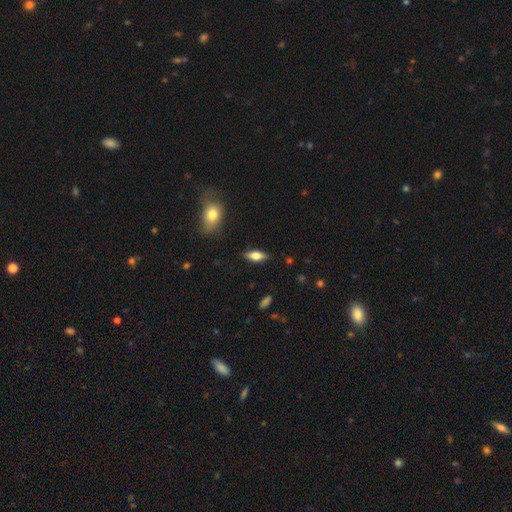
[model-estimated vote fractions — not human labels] This is possibly a smooth galaxy (60%). How rounded: likely in between (71%). Merging: clearly none (86%).